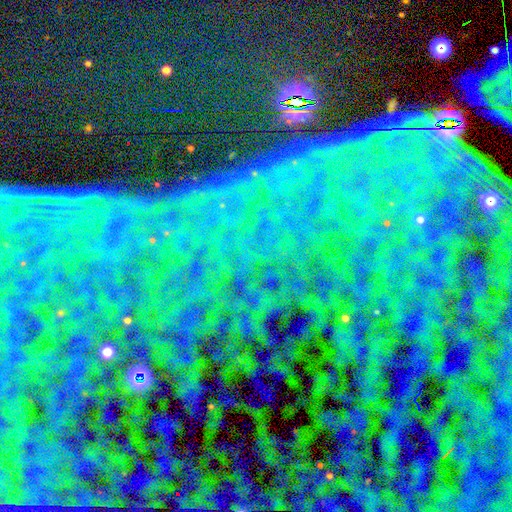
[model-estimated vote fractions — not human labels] Smooth or featured?
  - star or artifact: 84% *
  - featured or disk: 8%
  - smooth: 8%